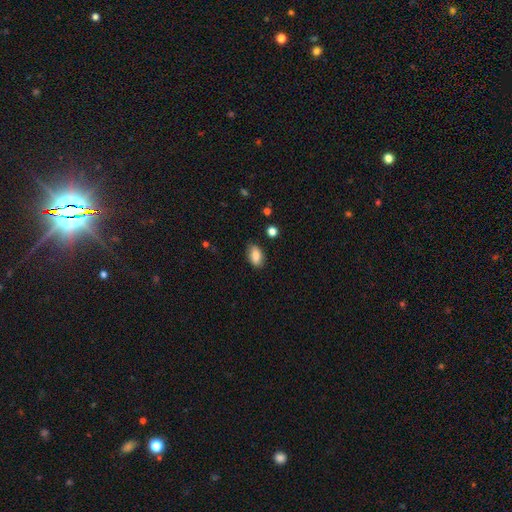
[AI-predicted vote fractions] Smooth or featured? Predicted: smooth (p=0.82). How rounded? Predicted: in between (p=0.89). Merging? Predicted: none (p=0.82).